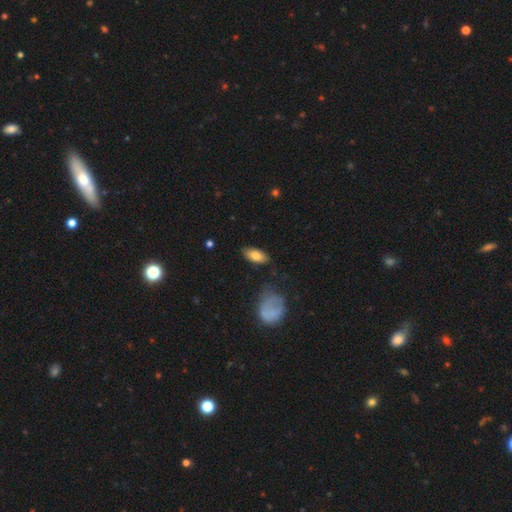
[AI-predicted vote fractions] Morphology: type=smooth (79%); roundness=in between (90%); merging=none (80%).